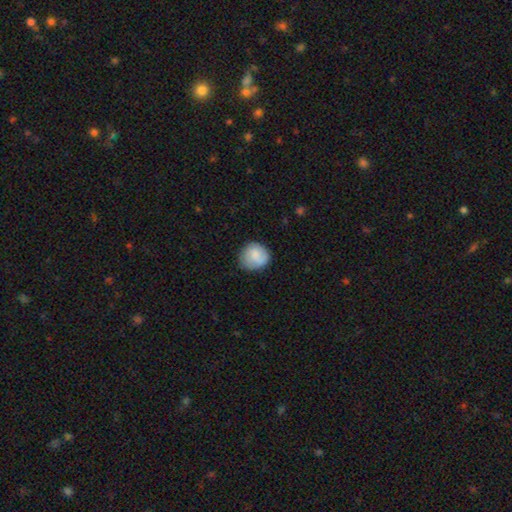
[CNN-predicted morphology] A smooth galaxy with no disk features (82%) that is round (83%). Merging: none (74%).